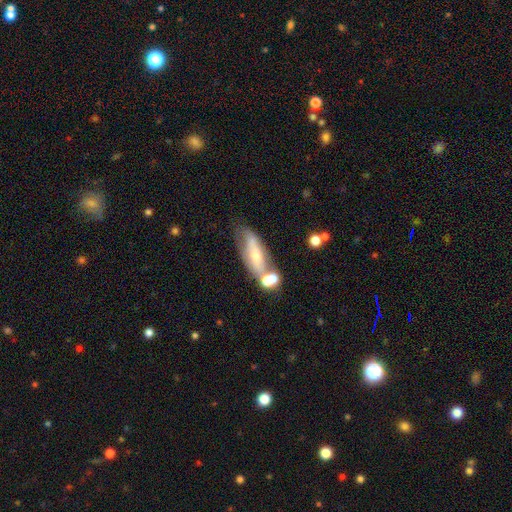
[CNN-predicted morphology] Smooth or featured? smooth (46%)
Merging? none (44%)